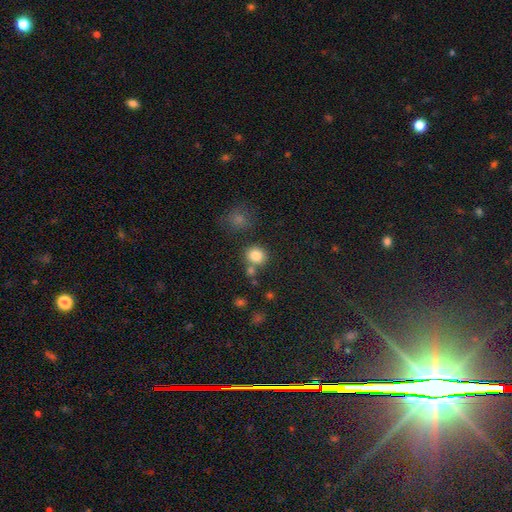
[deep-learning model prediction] Smooth or featured? Predicted: smooth (p=0.82). How rounded? Predicted: round (p=0.81). Merging? Predicted: none (p=0.68).